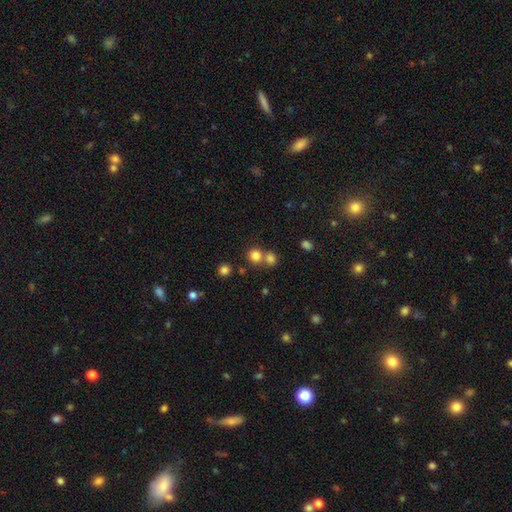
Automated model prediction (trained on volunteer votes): Smooth or featured? smooth (79%)
How rounded? round (87%)
Merging? none (57%)